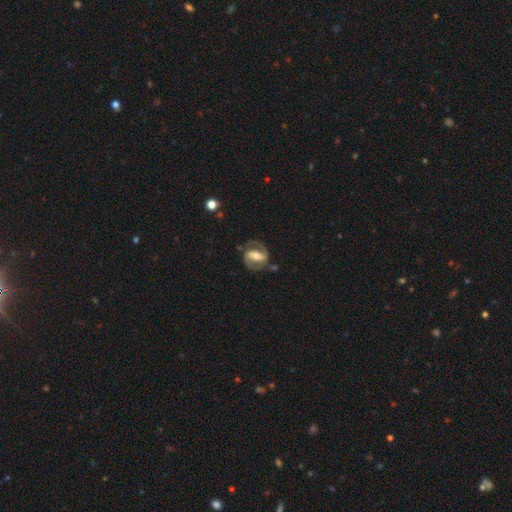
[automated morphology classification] Smooth or featured? Predicted: featured or disk (p=0.84). Edge-on disk? Predicted: no (p=0.96). Bar? Predicted: strong (p=0.61). Spiral arms? Predicted: yes (p=0.93). Spiral winding? Predicted: medium (p=0.54). Spiral arm count? Predicted: 2 (p=0.91). Bulge size? Predicted: moderate (p=0.60). Merging? Predicted: none (p=0.74).